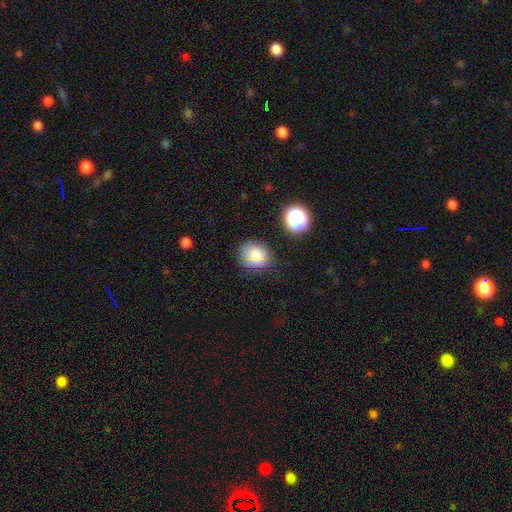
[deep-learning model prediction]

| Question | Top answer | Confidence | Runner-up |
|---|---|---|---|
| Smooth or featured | smooth | 70% | star or artifact (20%) |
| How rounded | round | 71% | in between (28%) |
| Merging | none | 80% | minor disturbance (13%) |